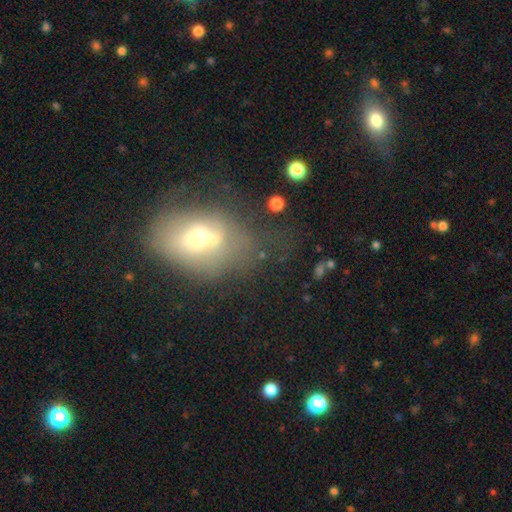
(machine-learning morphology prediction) smooth 50%, featured or disk 30%, star or artifact 20%. Down the decision tree: how rounded — in between (80%); merging — none (42%).